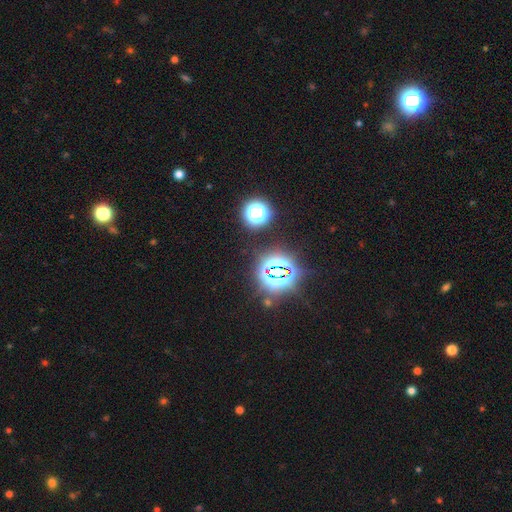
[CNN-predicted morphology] This is clearly a star or artifact rather than a galaxy (80%).